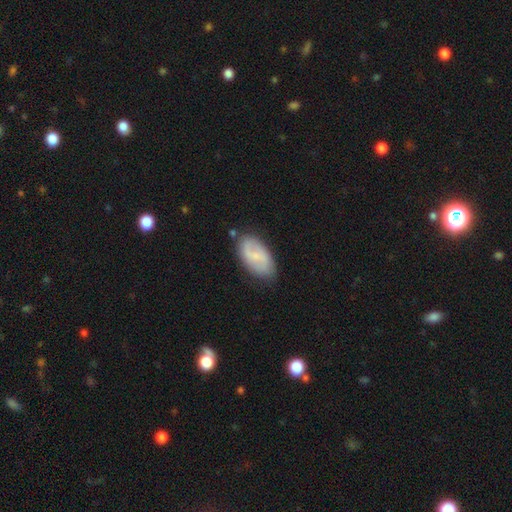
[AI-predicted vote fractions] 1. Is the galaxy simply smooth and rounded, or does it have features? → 48% featured or disk, 45% smooth, 7% star or artifact.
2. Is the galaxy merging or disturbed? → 76% none, 17% minor disturbance, 4% major disturbance, 3% merger.